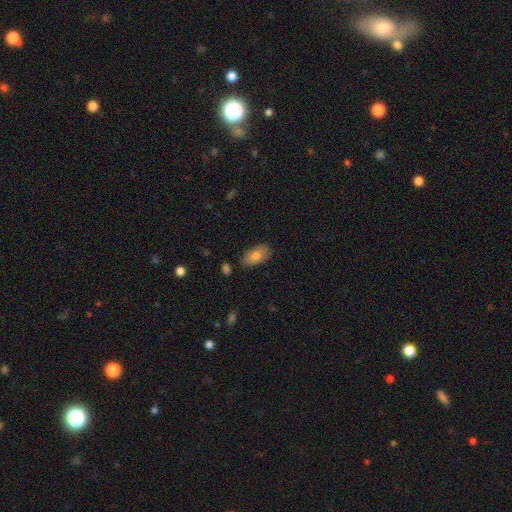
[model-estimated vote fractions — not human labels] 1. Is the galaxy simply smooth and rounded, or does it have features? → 80% smooth, 13% featured or disk, 7% star or artifact.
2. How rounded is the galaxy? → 93% in between, 4% round, 3% cigar-shaped.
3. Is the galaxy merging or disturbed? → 83% none, 13% minor disturbance, 2% major disturbance, 2% merger.